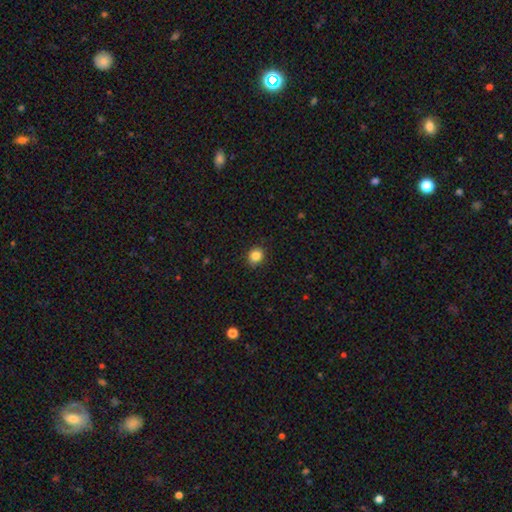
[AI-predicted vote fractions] The model was most divided on "how rounded": round: 77%, in between: 23%, cigar-shaped: 1%. More confident: merging — none (89%); smooth or featured — smooth (85%).